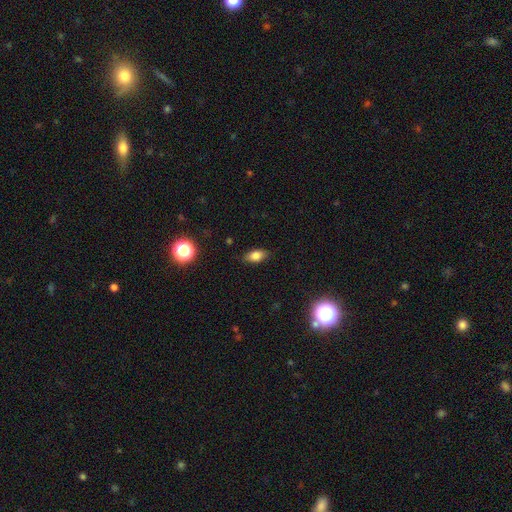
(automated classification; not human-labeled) Smooth or featured: smooth — 80% (star or artifact — 11%)
How rounded: in between — 85% (round — 9%)
Merging: none — 83% (minor disturbance — 13%)